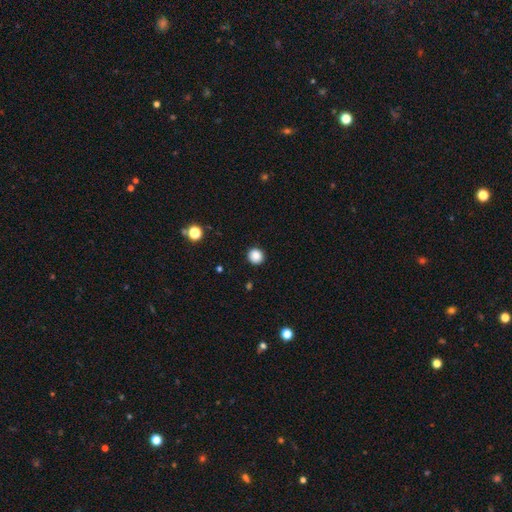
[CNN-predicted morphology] smooth_or_featured: smooth (p=0.87) [alt: star or artifact p=0.10]
how_rounded: round (p=0.92) [alt: in between p=0.07]
merging: none (p=0.92) [alt: minor disturbance p=0.05]